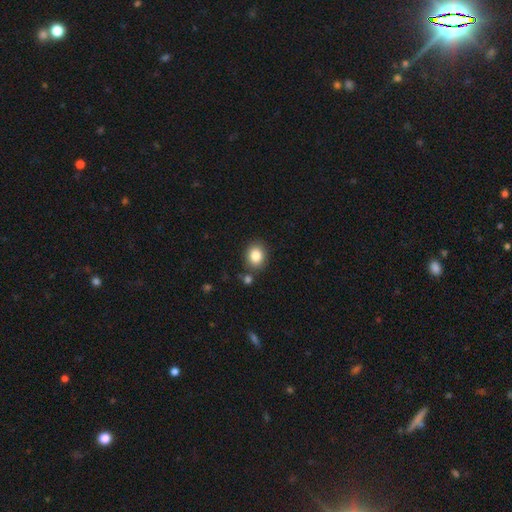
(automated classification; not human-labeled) smooth_or_featured: smooth (p=0.85) [alt: star or artifact p=0.09]
how_rounded: round (p=0.57) [alt: in between p=0.42]
merging: none (p=0.79) [alt: minor disturbance p=0.11]